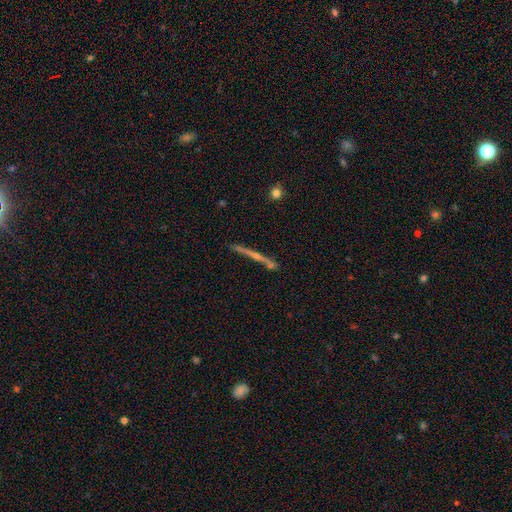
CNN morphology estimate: smooth_or_featured: featured or disk (p=0.48) [alt: smooth p=0.31]
merging: none (p=0.77) [alt: minor disturbance p=0.10]